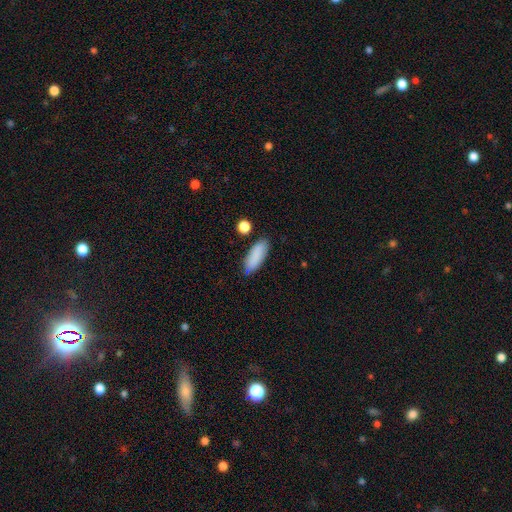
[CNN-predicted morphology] Smooth or featured? Predicted: smooth (p=0.86). How rounded? Predicted: in between (p=0.73). Merging? Predicted: none (p=0.77).